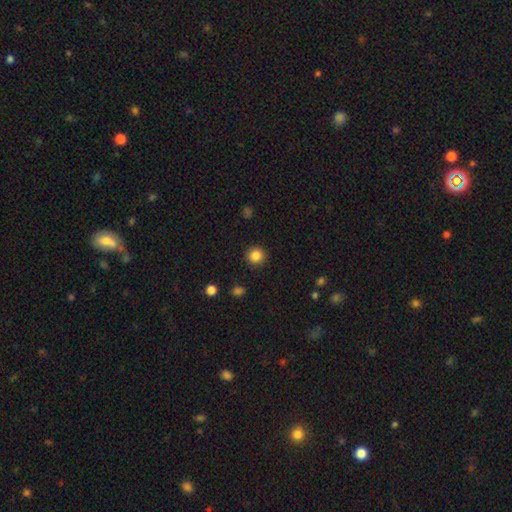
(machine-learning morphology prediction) The model was most divided on "smooth or featured": smooth: 85%, star or artifact: 11%, featured or disk: 4%. More confident: how rounded — round (94%); merging — none (92%).